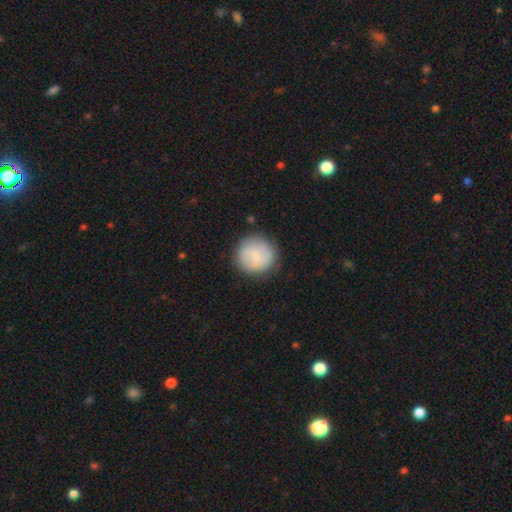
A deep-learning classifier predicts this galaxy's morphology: Overall: smooth (76%). How rounded: round (93%). Merging: none (83%).